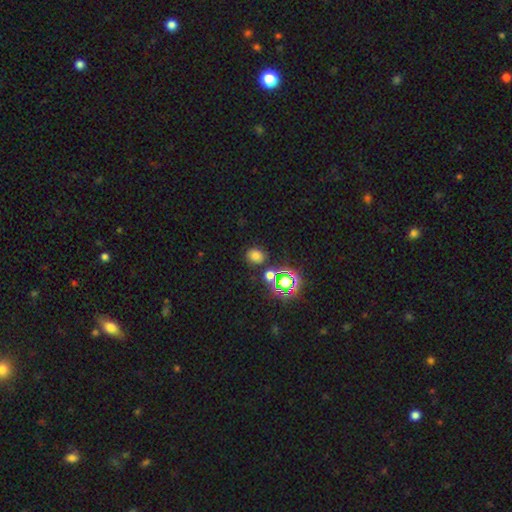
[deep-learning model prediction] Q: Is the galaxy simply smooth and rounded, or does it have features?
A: smooth — 69%.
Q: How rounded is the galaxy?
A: round — 55%.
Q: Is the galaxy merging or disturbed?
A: none — 80%.